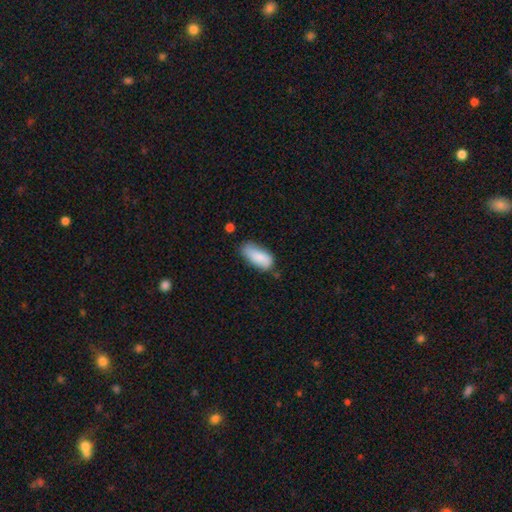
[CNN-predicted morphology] Smooth or featured: smooth — 86% (featured or disk — 7%)
How rounded: in between — 83% (cigar-shaped — 15%)
Merging: none — 58% (minor disturbance — 32%)